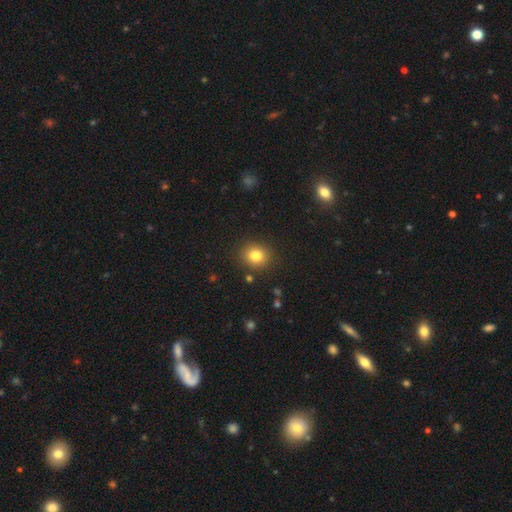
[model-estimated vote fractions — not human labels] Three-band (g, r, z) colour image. It shows a smooth galaxy with no disk features (81%) that is round (79%). Merging: none (88%).